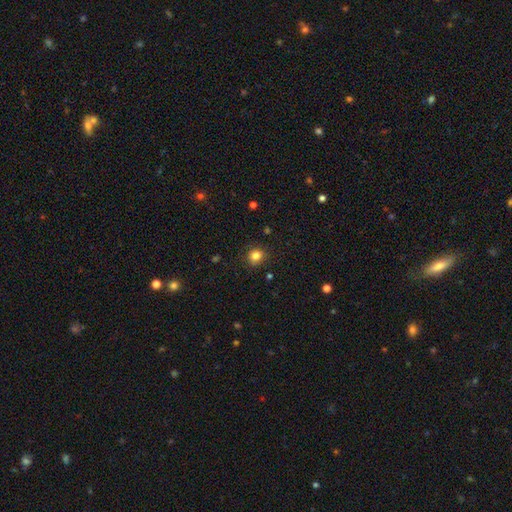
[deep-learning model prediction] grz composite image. It shows a smooth galaxy with no disk features (82%) that is round (84%). Merging: none (87%).